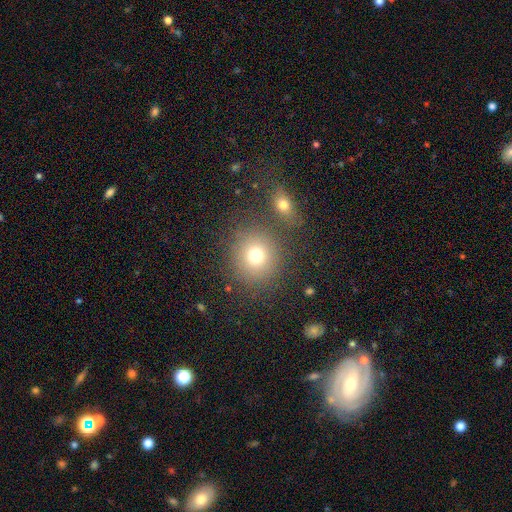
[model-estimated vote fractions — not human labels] The model was most divided on "smooth or featured": smooth: 74%, star or artifact: 16%, featured or disk: 11%. More confident: how rounded — round (86%); merging — none (76%).